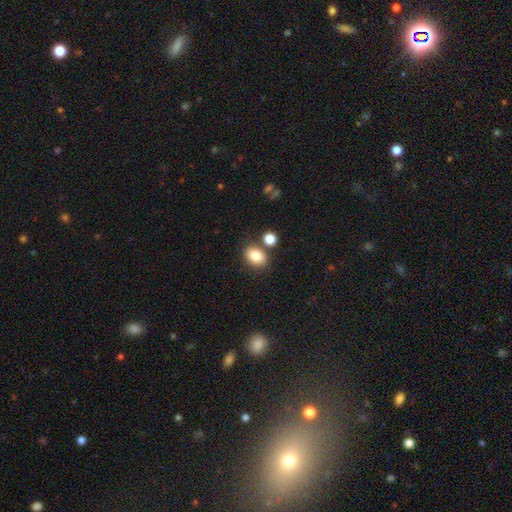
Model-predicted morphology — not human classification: A smooth galaxy with no disk features (83%) that is in between round and cigar-shaped (66%).

Vote fractions:
- Smooth or featured? smooth: 83% / star or artifact: 10% / featured or disk: 7%
- How rounded? in between: 66% / round: 33% / cigar-shaped: 1%
- Merging? none: 72% / merger: 14% / minor disturbance: 11% / major disturbance: 3%